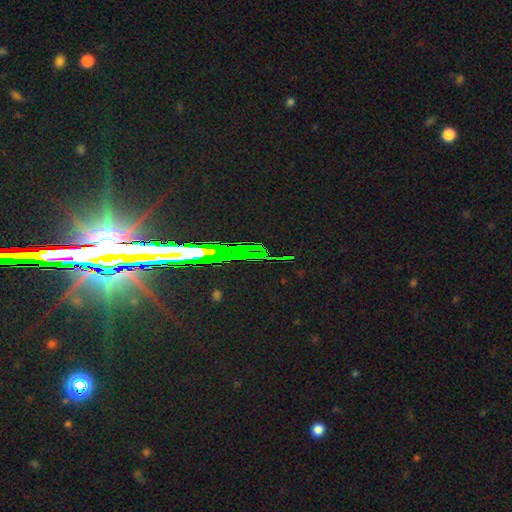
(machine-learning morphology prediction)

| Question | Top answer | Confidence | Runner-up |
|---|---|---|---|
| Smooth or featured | star or artifact | 79% | featured or disk (13%) |